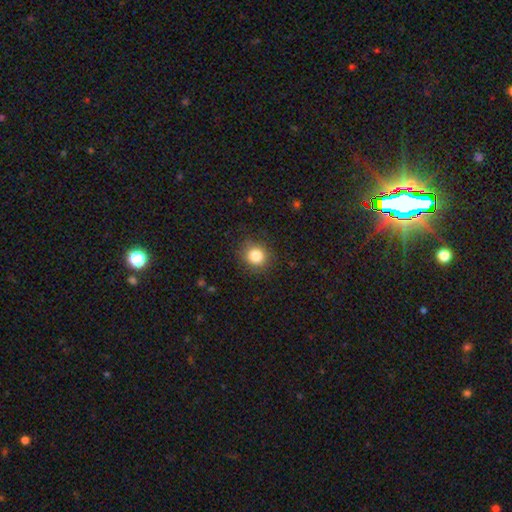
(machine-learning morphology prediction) Smooth or featured? smooth (83%)
How rounded? round (85%)
Merging? none (87%)